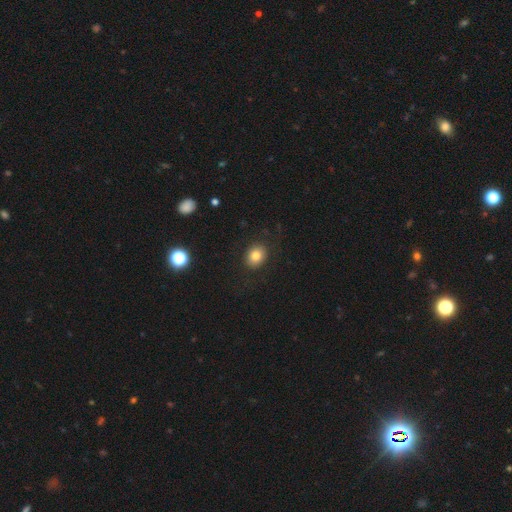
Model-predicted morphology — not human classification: Overall: smooth (81%). How rounded: round (51%; in between 48%). Merging: none (86%).